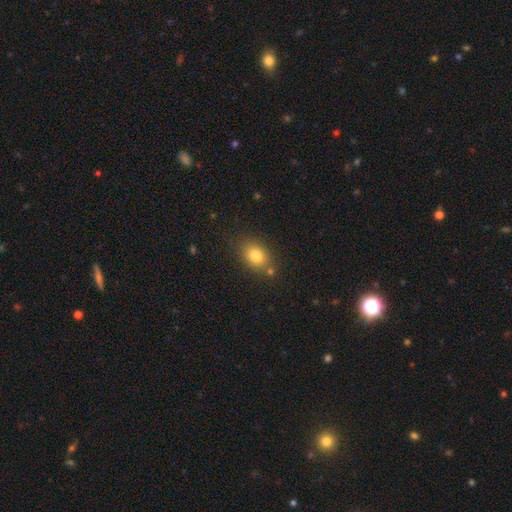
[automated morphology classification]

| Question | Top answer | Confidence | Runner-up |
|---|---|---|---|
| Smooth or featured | smooth | 81% | star or artifact (10%) |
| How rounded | in between | 67% | round (32%) |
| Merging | none | 75% | minor disturbance (13%) |